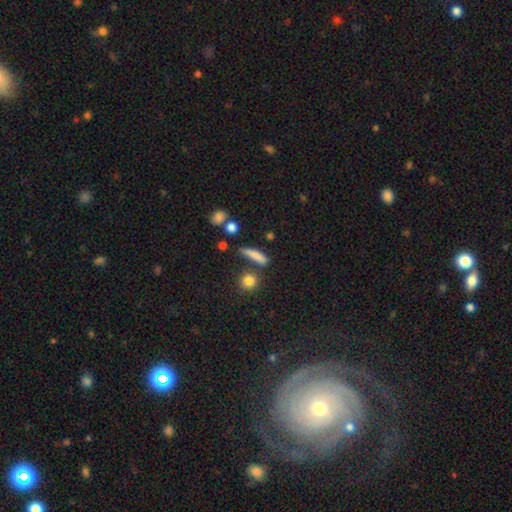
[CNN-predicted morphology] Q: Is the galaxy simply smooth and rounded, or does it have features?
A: smooth — 76%.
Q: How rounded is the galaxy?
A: cigar-shaped — 75%.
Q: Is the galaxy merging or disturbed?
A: none — 69%.